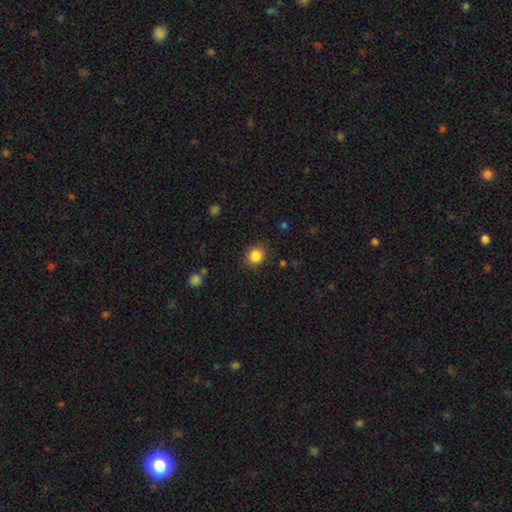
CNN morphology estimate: This is clearly a smooth galaxy (85%). How rounded: likely round (75%). Merging: clearly none (86%).